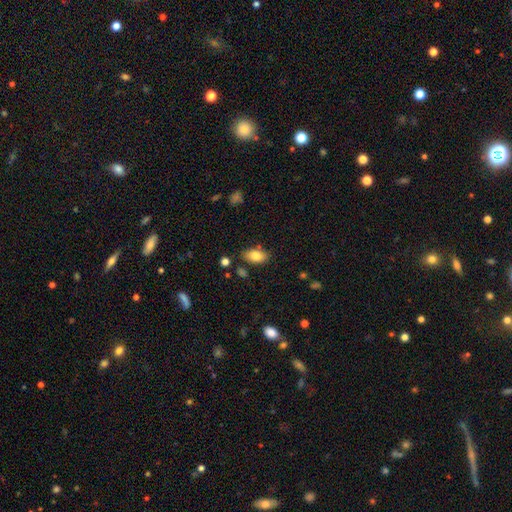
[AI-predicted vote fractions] smooth-or-featured: smooth: 81% | featured or disk: 12% | star or artifact: 8%
  how-rounded: in between: 91% | round: 7% | cigar-shaped: 3%
  merging: none: 81% | minor disturbance: 13% | merger: 3% | major disturbance: 3%